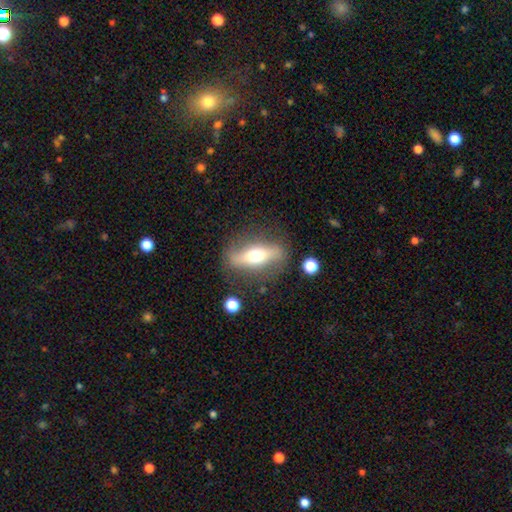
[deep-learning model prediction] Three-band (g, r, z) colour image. It shows a featured or disk galaxy (57%) viewed edge-on (60%). Merging: none (78%).